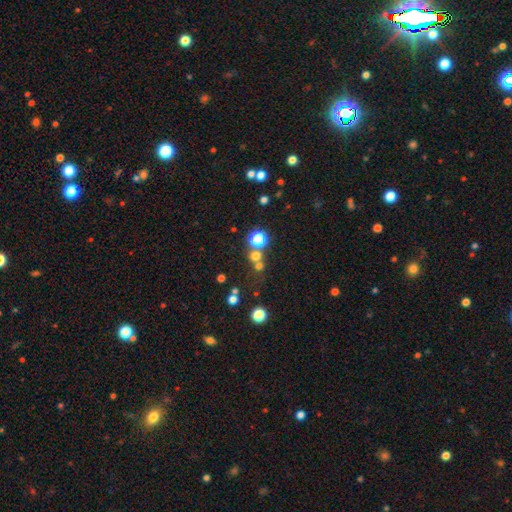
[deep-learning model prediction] This appears to be a smooth galaxy with no disk features (58%) that is round (88%). Merging: none (57%).